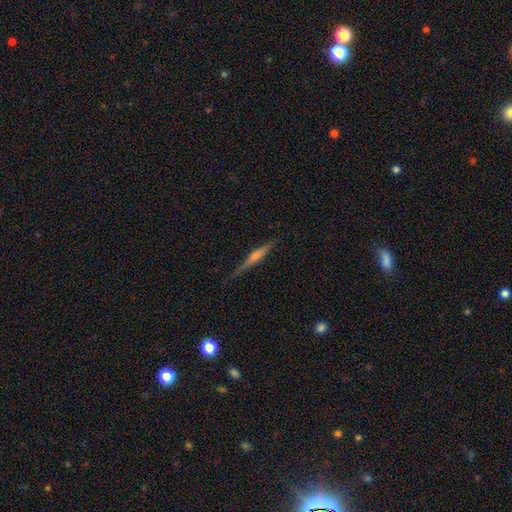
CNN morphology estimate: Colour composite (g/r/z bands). It shows a featured or disk galaxy (57%) viewed edge-on (97%) with a rounded central bulge (55%). Merging: none (80%).